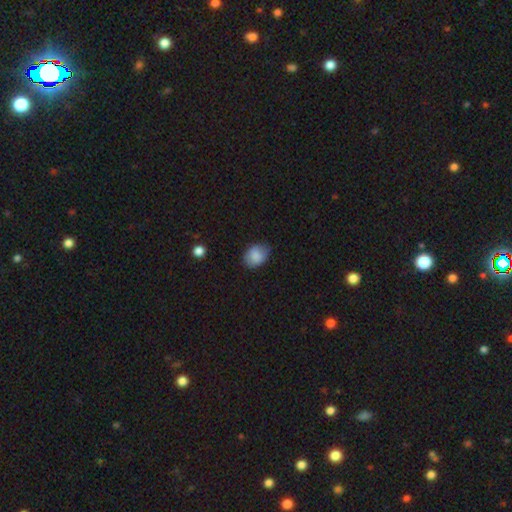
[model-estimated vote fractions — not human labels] The model was most divided on "how rounded": in between: 65%, round: 34%, cigar-shaped: 1%. More confident: smooth or featured — smooth (86%); merging — none (74%).